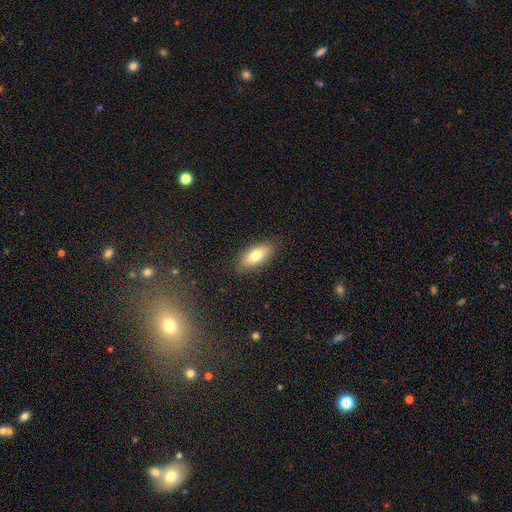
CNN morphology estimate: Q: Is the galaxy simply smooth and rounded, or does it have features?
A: smooth — 75%.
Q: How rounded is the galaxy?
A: in between — 84%.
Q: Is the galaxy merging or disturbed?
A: none — 86%.